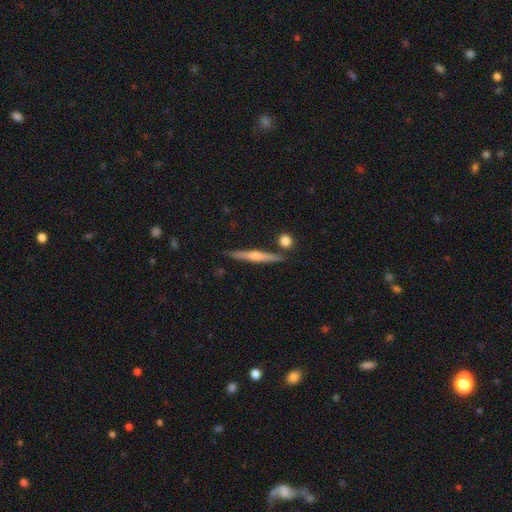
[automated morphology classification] Overall: featured or disk (65%; smooth 28%). Edge-on disk: yes (97%). Edge-on bulge: rounded (83%). Merging: none (85%).